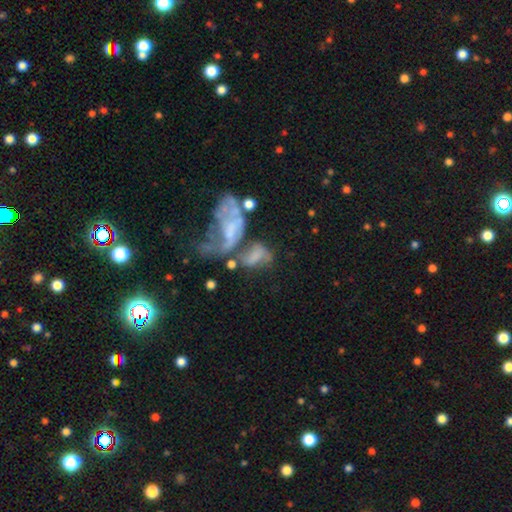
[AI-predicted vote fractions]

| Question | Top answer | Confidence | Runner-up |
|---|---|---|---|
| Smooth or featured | featured or disk | 46% | smooth (42%) |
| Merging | merger | 43% | major disturbance (28%) |